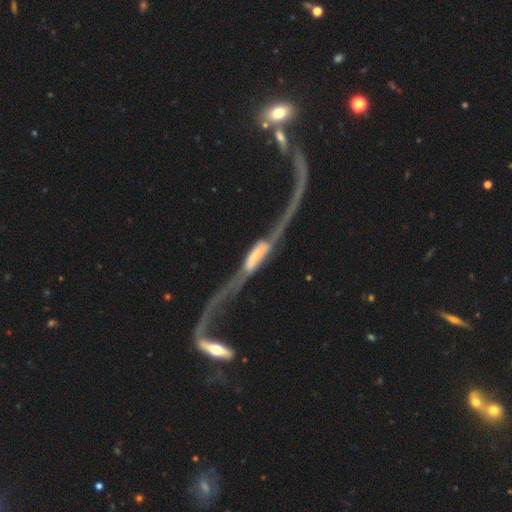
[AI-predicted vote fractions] Smooth or featured? Predicted: featured or disk (p=0.74). Edge-on disk? Predicted: no (p=0.61). Merging? Predicted: major disturbance (p=0.44).